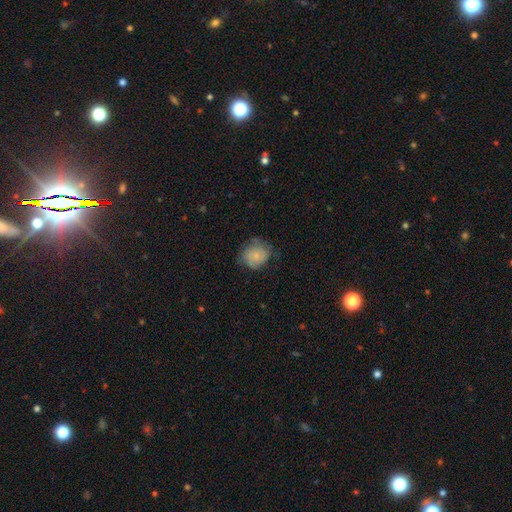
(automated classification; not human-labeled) The model was most divided on "merging": none: 60%, minor disturbance: 28%, major disturbance: 10%, merger: 1%. More confident: how rounded — round (79%); smooth or featured — smooth (71%).